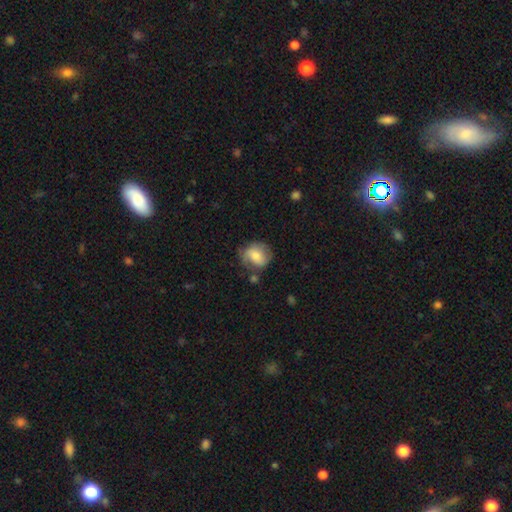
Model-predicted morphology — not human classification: This is possibly a smooth galaxy (55%). How rounded: likely round (68%). Merging: possibly none (60%).